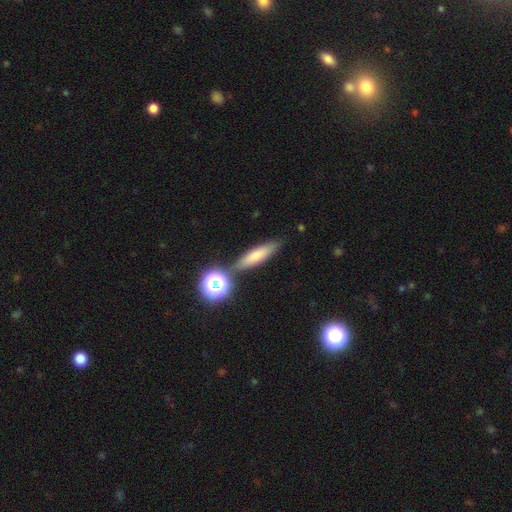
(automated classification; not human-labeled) smooth 69%, featured or disk 19%, star or artifact 12%. Down the decision tree: how rounded — cigar-shaped (66%); merging — none (74%).